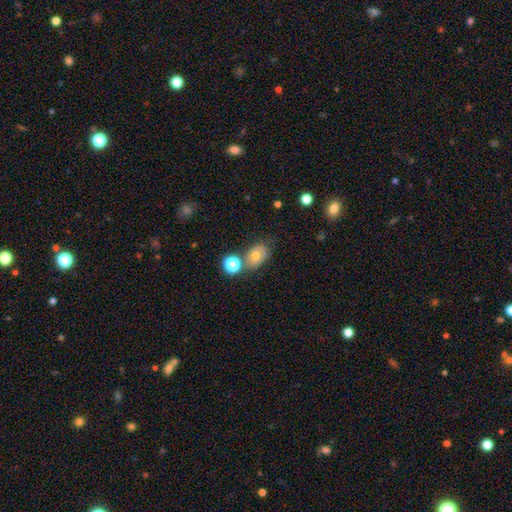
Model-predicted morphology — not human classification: type=smooth (64%); roundness=in between (73%); merging=none (60%).